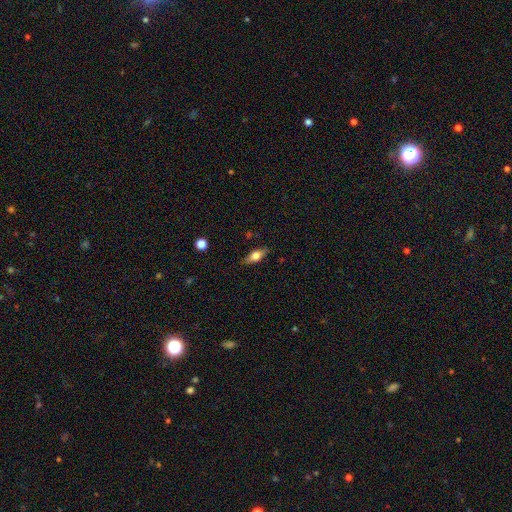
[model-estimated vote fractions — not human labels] Q: Smooth or featured?
A: smooth (63%); runner-up: featured or disk (29%)
Q: How rounded?
A: in between (74%); runner-up: cigar-shaped (21%)
Q: Merging?
A: none (82%); runner-up: minor disturbance (14%)